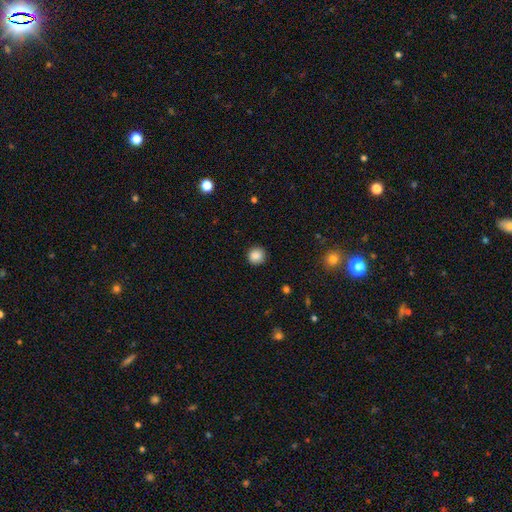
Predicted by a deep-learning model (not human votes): Q: Smooth or featured?
A: smooth (87%); runner-up: star or artifact (10%)
Q: How rounded?
A: round (94%); runner-up: in between (5%)
Q: Merging?
A: none (91%); runner-up: minor disturbance (6%)